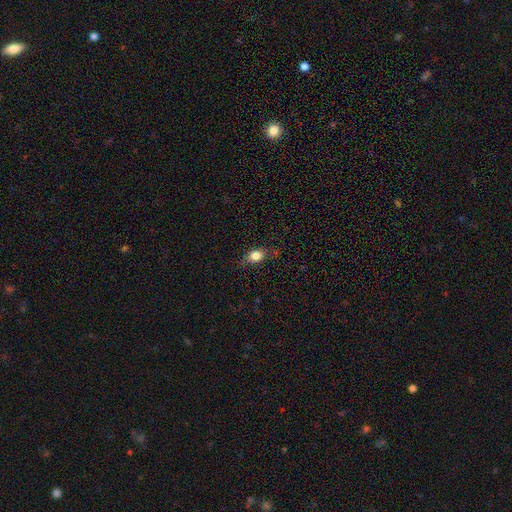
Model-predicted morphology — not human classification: The model was most divided on "how rounded": in between: 66%, round: 29%, cigar-shaped: 5%. More confident: smooth or featured — smooth (80%); merging — none (72%).